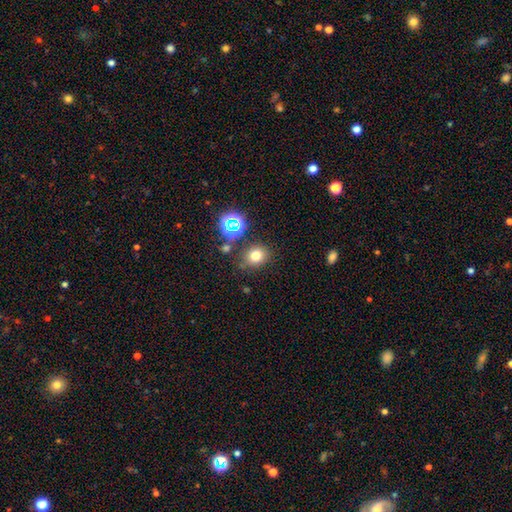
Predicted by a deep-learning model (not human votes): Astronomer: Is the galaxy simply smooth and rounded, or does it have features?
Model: smooth — 72%.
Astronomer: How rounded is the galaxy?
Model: round — 70%.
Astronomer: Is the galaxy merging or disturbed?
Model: none — 79%.